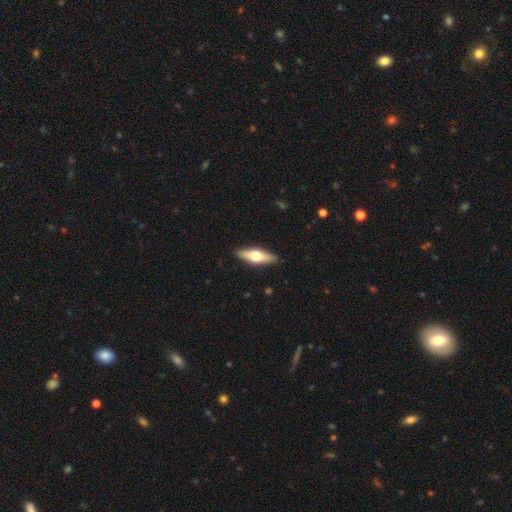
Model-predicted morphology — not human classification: This is possibly a featured or disk galaxy (48%). Merging: clearly none (89%).